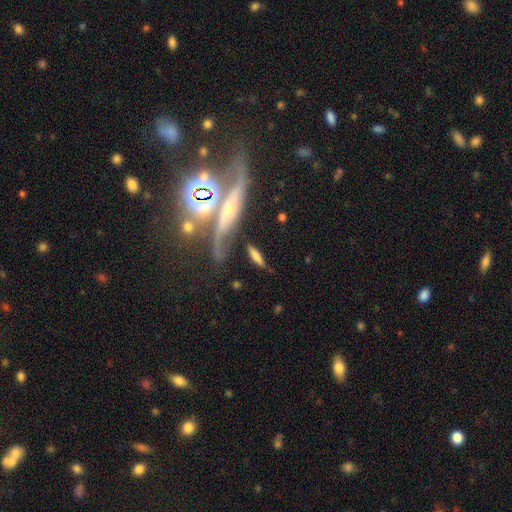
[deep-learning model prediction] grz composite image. It shows a smooth galaxy with no disk features (69%) that is cigar-shaped (61%). Merging: none (67%).